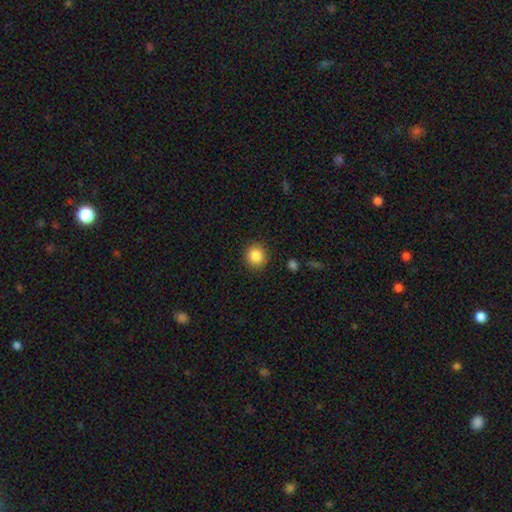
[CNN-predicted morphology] A smooth galaxy with no disk features (86%) that is round (90%). Merging: none (90%).